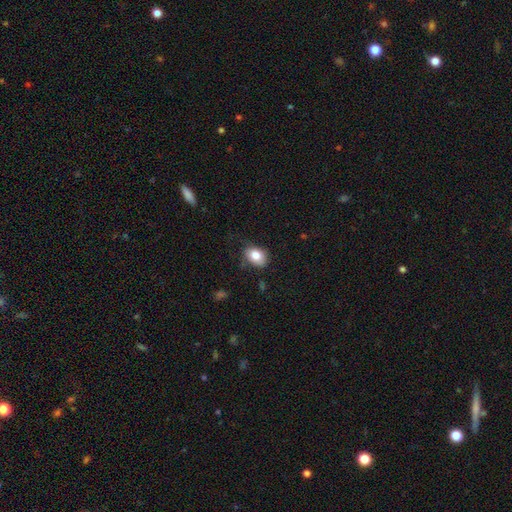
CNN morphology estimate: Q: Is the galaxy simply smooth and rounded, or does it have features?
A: smooth — 81%.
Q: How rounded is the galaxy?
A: in between — 73%.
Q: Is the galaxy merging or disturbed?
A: none — 69%.